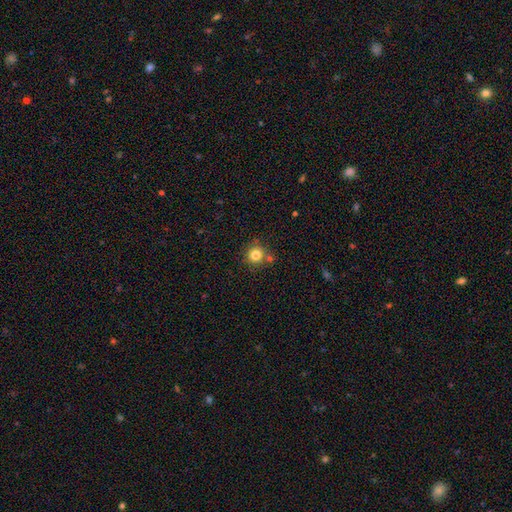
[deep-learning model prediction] A smooth galaxy with no disk features (81%) that is round (93%). Merging: none (76%).